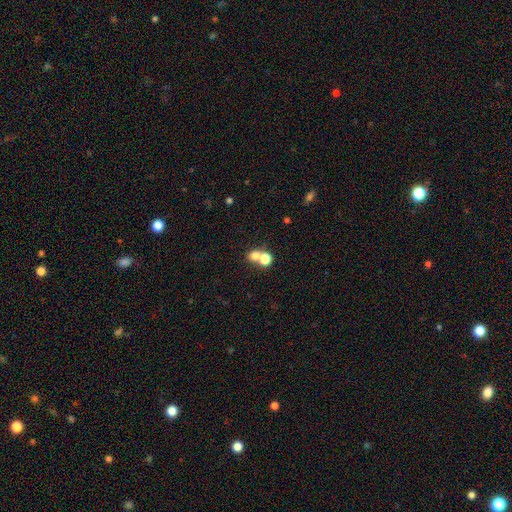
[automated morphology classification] type=smooth (72%); roundness=round (69%); merging=merger (49%).